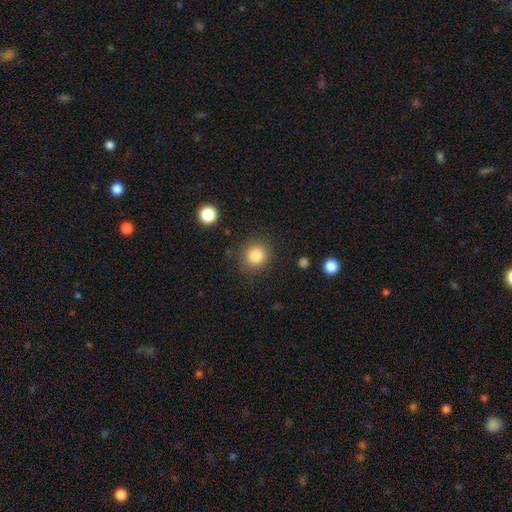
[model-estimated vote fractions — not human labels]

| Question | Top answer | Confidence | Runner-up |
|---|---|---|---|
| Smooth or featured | smooth | 84% | star or artifact (10%) |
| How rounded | round | 85% | in between (14%) |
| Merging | none | 85% | minor disturbance (10%) |